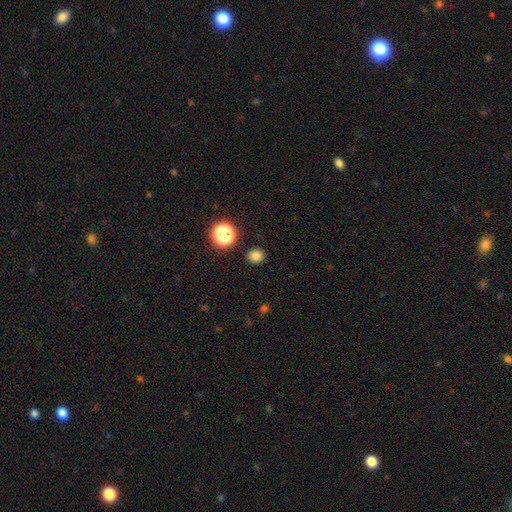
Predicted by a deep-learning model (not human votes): smooth 80%, star or artifact 15%, featured or disk 4%. Down the decision tree: how rounded — round (86%); merging — none (90%).